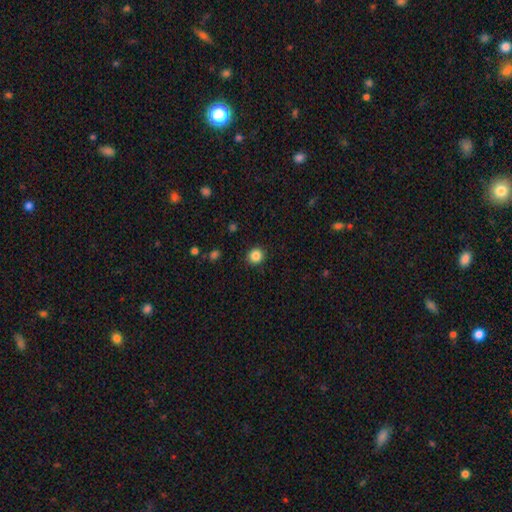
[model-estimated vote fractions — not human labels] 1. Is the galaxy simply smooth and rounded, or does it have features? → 85% smooth, 11% star or artifact, 4% featured or disk.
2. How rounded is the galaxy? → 88% round, 11% in between, 1% cigar-shaped.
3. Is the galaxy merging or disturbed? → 91% none, 6% minor disturbance, 2% major disturbance, 1% merger.